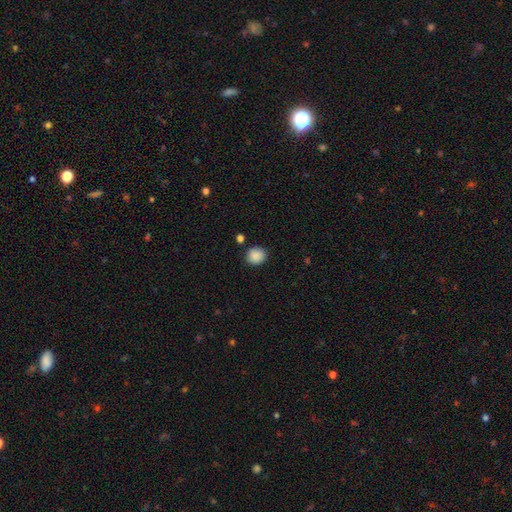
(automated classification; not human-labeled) This is clearly a smooth galaxy (88%). How rounded: likely round (80%). Merging: clearly none (83%).